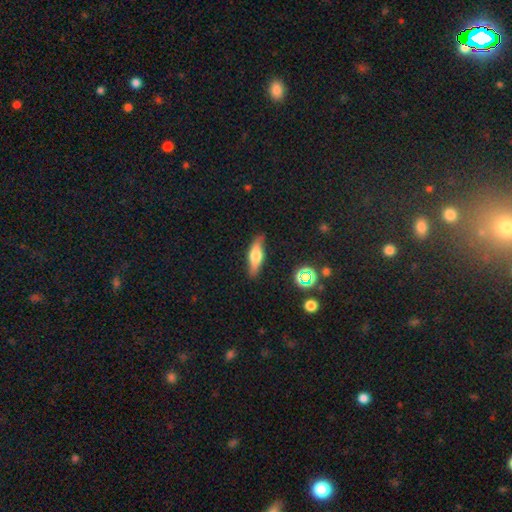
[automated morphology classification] smooth 48%, featured or disk 44%, star or artifact 8%. Down the decision tree: merging — none (81%).